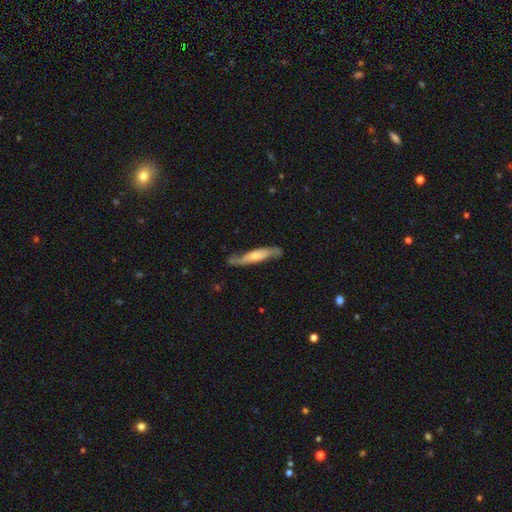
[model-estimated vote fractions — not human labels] This is possibly a featured or disk galaxy (58%). It is possibly viewed edge-on (51%). Merging: likely none (69%).